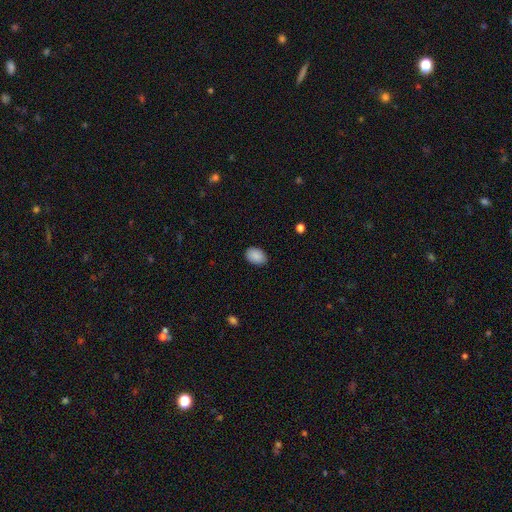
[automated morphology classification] Smooth or featured? Predicted: smooth (p=0.89). How rounded? Predicted: in between (p=0.83). Merging? Predicted: none (p=0.87).